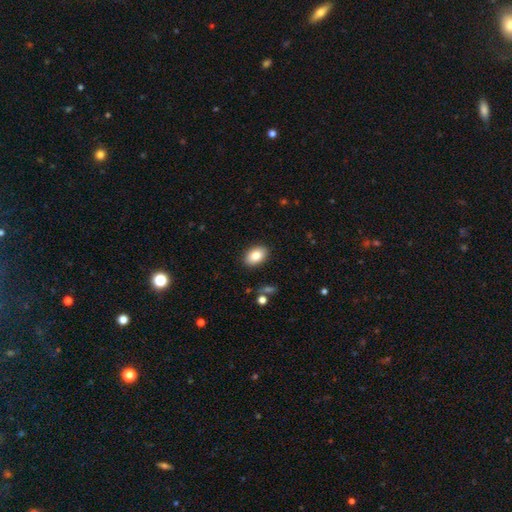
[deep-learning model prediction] Smooth or featured: smooth — 84% (featured or disk — 8%)
How rounded: in between — 87% (round — 12%)
Merging: none — 89% (minor disturbance — 8%)